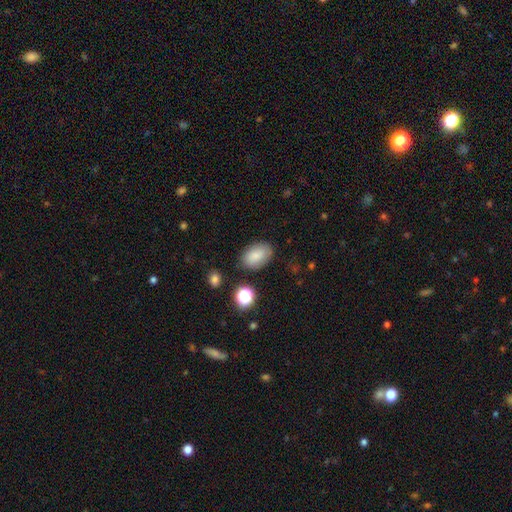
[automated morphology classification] Q: Smooth or featured?
A: smooth (83%); runner-up: star or artifact (9%)
Q: How rounded?
A: in between (88%); runner-up: round (11%)
Q: Merging?
A: none (80%); runner-up: minor disturbance (13%)